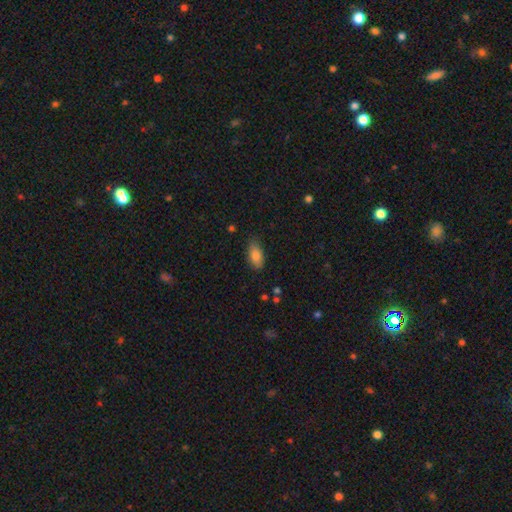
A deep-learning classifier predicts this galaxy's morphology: The model was most divided on "merging": none: 78%, minor disturbance: 17%, major disturbance: 3%, merger: 1%. More confident: how rounded — in between (89%); smooth or featured — smooth (82%).